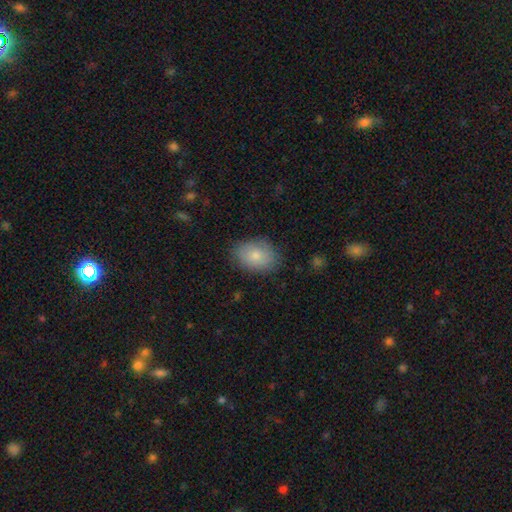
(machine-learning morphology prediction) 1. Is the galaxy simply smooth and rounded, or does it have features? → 82% smooth, 11% featured or disk, 7% star or artifact.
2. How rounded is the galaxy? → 79% in between, 20% round, 1% cigar-shaped.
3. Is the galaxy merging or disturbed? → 81% none, 15% minor disturbance, 3% major disturbance, 1% merger.